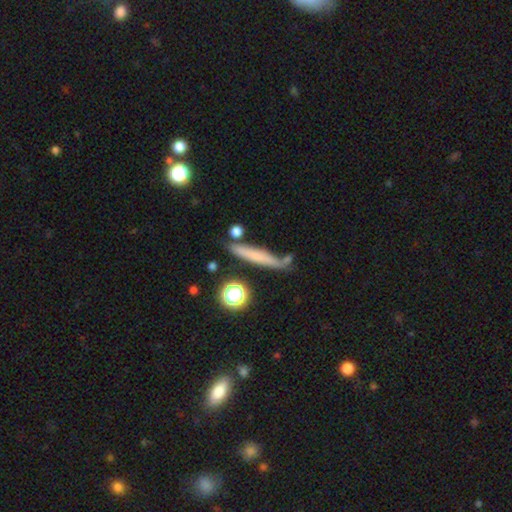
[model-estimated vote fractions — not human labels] This appears to be a smooth galaxy with no disk features (57%) that is cigar-shaped (90%). Merging: none (70%).